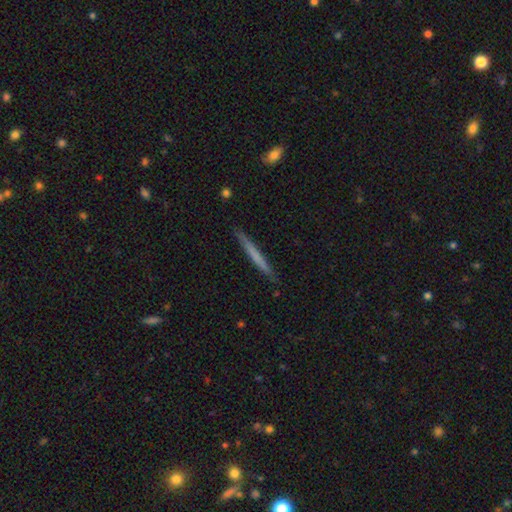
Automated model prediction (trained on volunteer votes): Smooth or featured?
  - smooth: 59% *
  - featured or disk: 36%
  - star or artifact: 5%
How rounded?
  - cigar-shaped: 97% *
  - in between: 2%
  - round: 1%
Merging?
  - none: 89% *
  - minor disturbance: 8%
  - major disturbance: 1%
  - merger: 1%